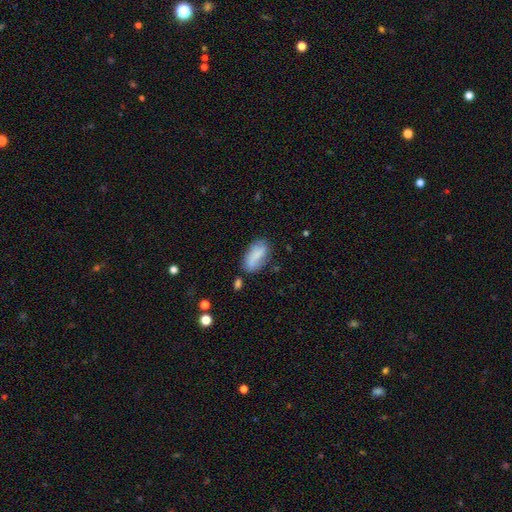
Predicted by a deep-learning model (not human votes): The model was most divided on "merging": none: 59%, minor disturbance: 26%, major disturbance: 8%, merger: 7%. More confident: how rounded — in between (88%); smooth or featured — smooth (73%).